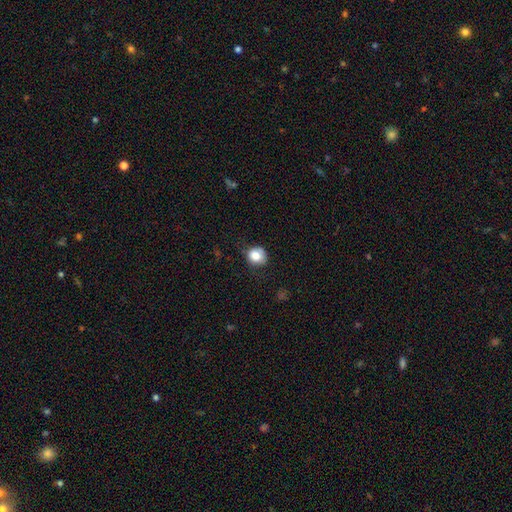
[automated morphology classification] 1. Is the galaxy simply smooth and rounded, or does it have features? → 82% smooth, 10% star or artifact, 9% featured or disk.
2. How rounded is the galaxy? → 78% round, 21% in between, 1% cigar-shaped.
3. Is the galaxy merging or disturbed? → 67% none, 24% minor disturbance, 7% major disturbance, 2% merger.